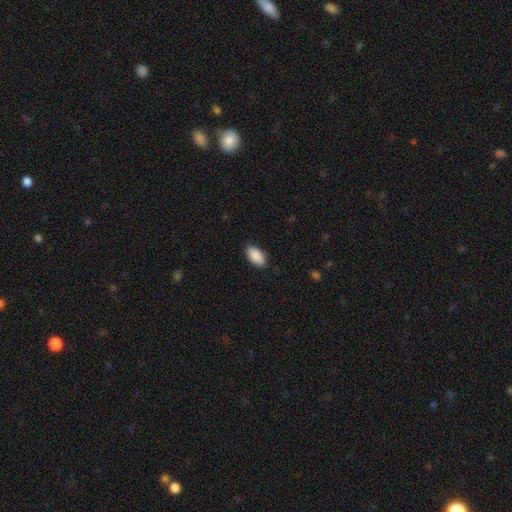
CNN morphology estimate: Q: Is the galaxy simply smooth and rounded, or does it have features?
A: smooth — 91%.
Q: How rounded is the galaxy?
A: in between — 94%.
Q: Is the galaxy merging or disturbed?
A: none — 86%.